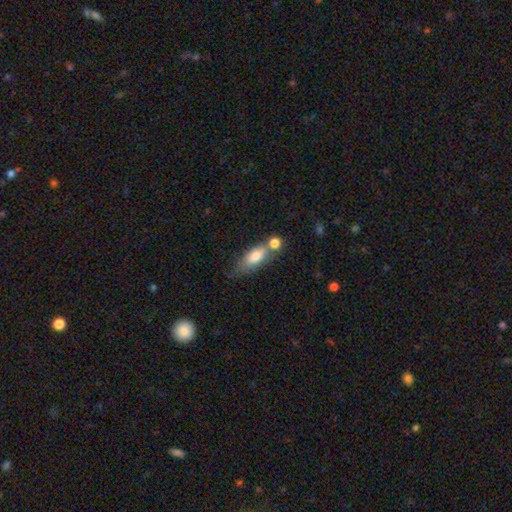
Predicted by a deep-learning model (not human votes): The model was most divided on "merging": none: 39%, merger: 37%, minor disturbance: 17%, major disturbance: 7%. More confident: smooth or featured — smooth (74%); how rounded — in between (72%).